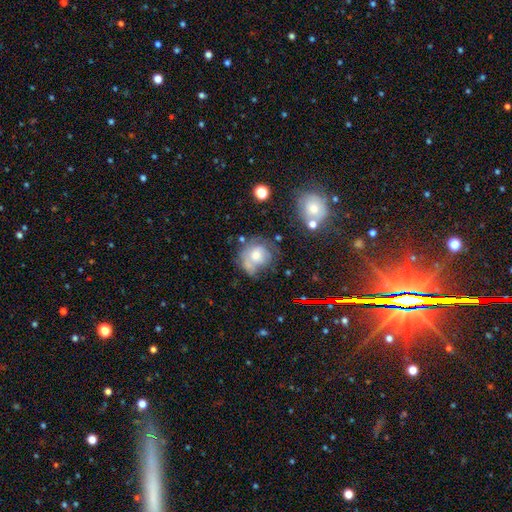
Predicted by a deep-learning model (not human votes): Smooth or featured?
  - smooth: 46% *
  - featured or disk: 43%
  - star or artifact: 11%
Merging?
  - none: 40% *
  - minor disturbance: 25%
  - major disturbance: 22%
  - merger: 13%